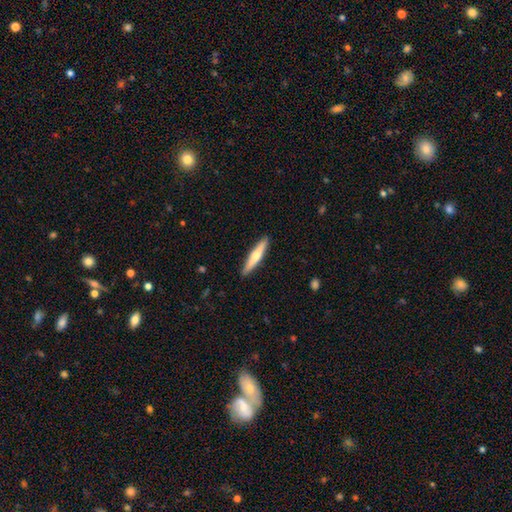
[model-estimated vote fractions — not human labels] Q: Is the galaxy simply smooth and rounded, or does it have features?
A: smooth — 49%.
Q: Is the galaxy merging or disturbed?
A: none — 91%.